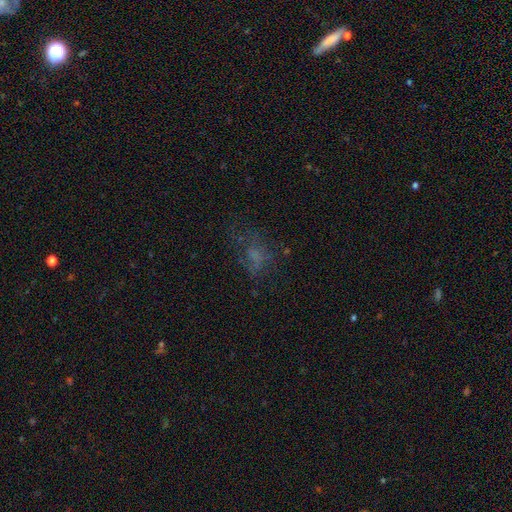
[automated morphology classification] This appears to be a smooth galaxy with no disk features (41%). Merging: none (48%).